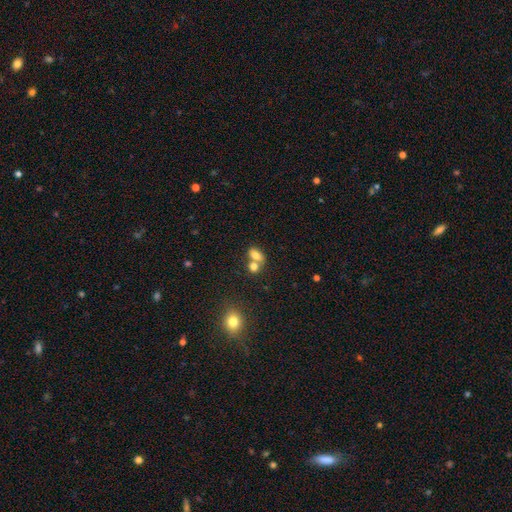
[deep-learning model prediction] Morphology: type=smooth (74%); roundness=in between (74%); merging=merger (54%).